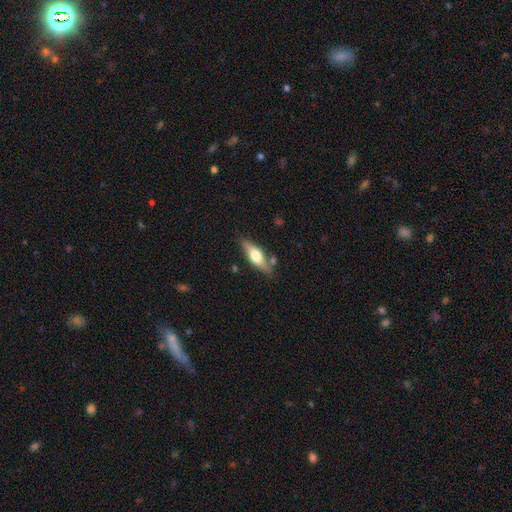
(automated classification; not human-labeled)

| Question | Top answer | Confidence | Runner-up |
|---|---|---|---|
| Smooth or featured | featured or disk | 51% | smooth (44%) |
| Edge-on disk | yes | 88% | no (12%) |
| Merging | none | 77% | minor disturbance (14%) |